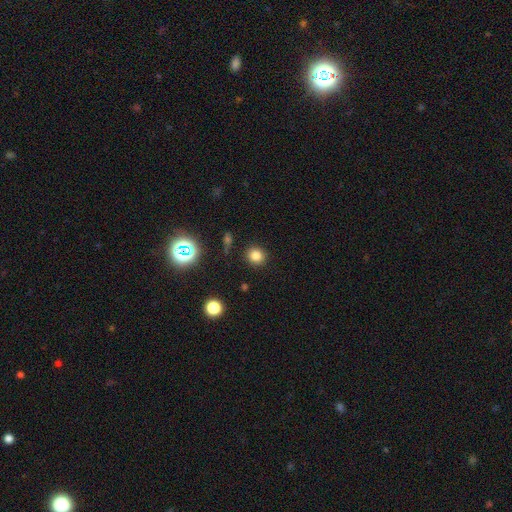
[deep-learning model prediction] Smooth or featured: smooth — 79% (star or artifact — 15%)
How rounded: round — 88% (in between — 11%)
Merging: none — 89% (minor disturbance — 7%)